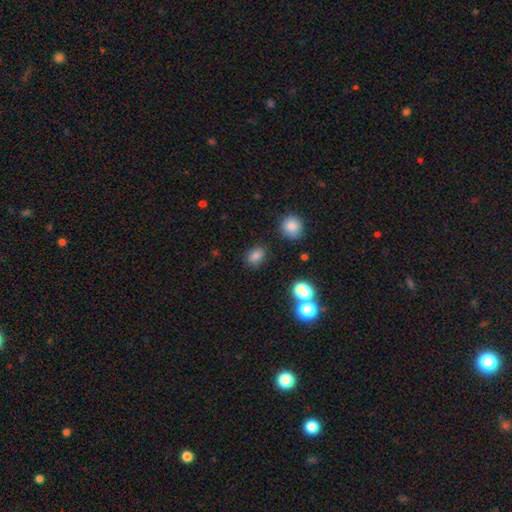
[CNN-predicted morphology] Q: Smooth or featured?
A: smooth (80%); runner-up: star or artifact (14%)
Q: How rounded?
A: in between (67%); runner-up: round (32%)
Q: Merging?
A: none (80%); runner-up: minor disturbance (12%)